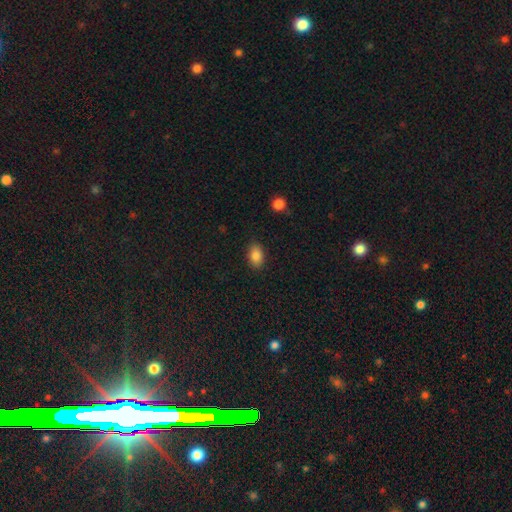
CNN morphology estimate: Smooth or featured? Predicted: smooth (p=0.86). How rounded? Predicted: in between (p=0.84). Merging? Predicted: none (p=0.87).